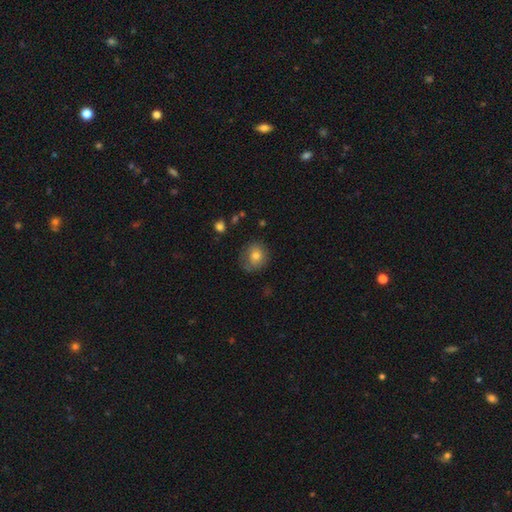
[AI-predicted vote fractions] Smooth or featured: smooth — 74% (featured or disk — 17%)
How rounded: round — 77% (in between — 22%)
Merging: none — 67% (minor disturbance — 23%)